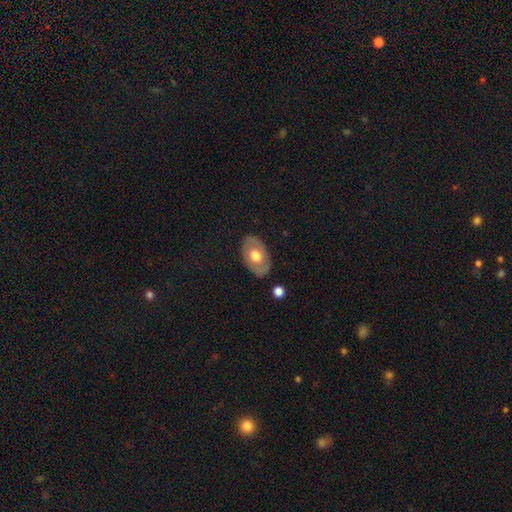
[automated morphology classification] This appears to be a smooth galaxy with no disk features (52%) that is in between round and cigar-shaped (86%). Merging: none (82%).